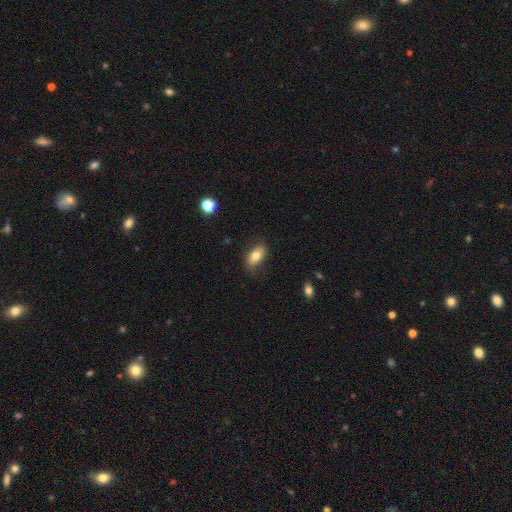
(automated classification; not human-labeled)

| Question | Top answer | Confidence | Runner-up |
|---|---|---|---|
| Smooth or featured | smooth | 75% | featured or disk (17%) |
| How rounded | in between | 89% | round (6%) |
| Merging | none | 79% | minor disturbance (16%) |